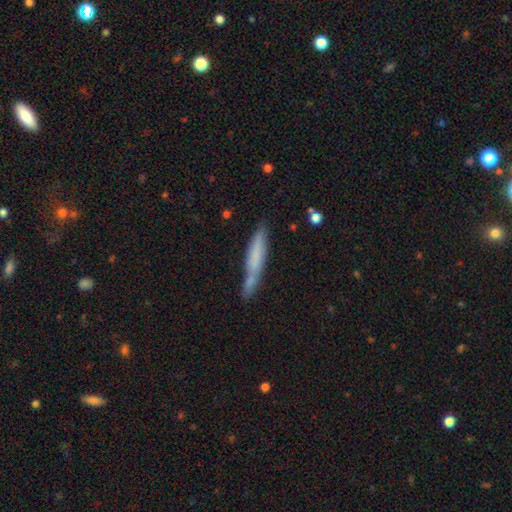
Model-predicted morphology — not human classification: smooth-or-featured: smooth: 65% | featured or disk: 29% | star or artifact: 7%
  how-rounded: cigar-shaped: 92% | in between: 7% | round: 1%
  merging: none: 63% | minor disturbance: 20% | merger: 12% | major disturbance: 5%